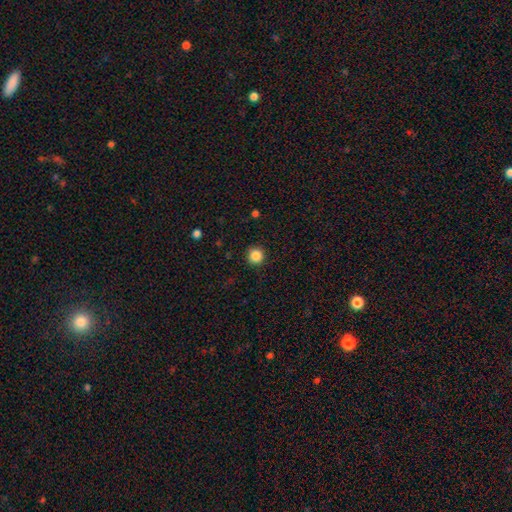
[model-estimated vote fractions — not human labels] smooth 86%, star or artifact 10%, featured or disk 3%. Down the decision tree: how rounded — round (95%); merging — none (91%).